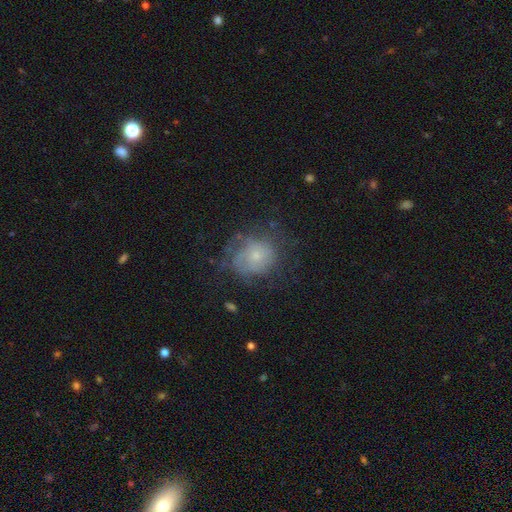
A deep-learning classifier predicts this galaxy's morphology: A featured or disk galaxy (47%). Merging: none (56%).